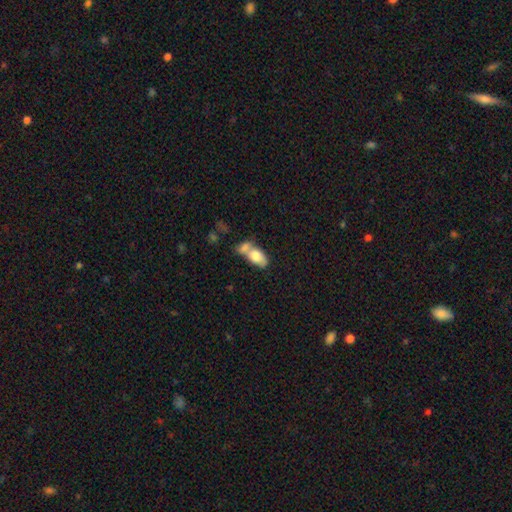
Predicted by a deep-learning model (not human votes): Overall: smooth (73%). How rounded: in between (87%). Merging: merger (63%).